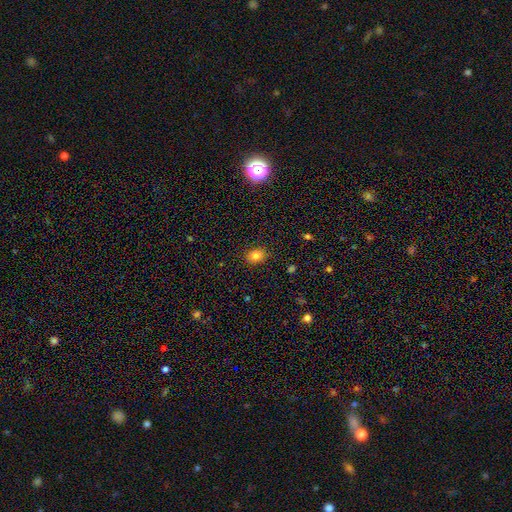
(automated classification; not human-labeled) Morphology: type=smooth (82%); roundness=in between (58%); merging=none (88%).